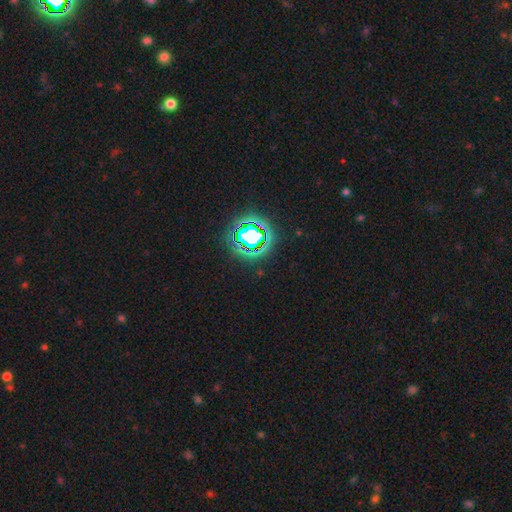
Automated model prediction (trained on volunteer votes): Smooth or featured? star or artifact (81%)